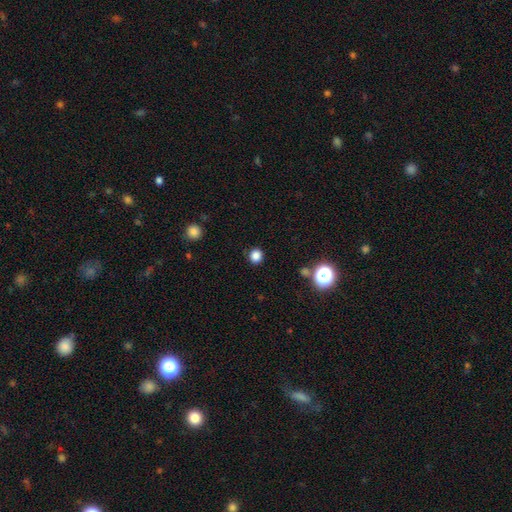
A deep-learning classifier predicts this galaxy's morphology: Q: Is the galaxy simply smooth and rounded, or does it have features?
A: smooth — 82%.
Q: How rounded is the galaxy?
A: round — 88%.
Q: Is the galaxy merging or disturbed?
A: none — 89%.